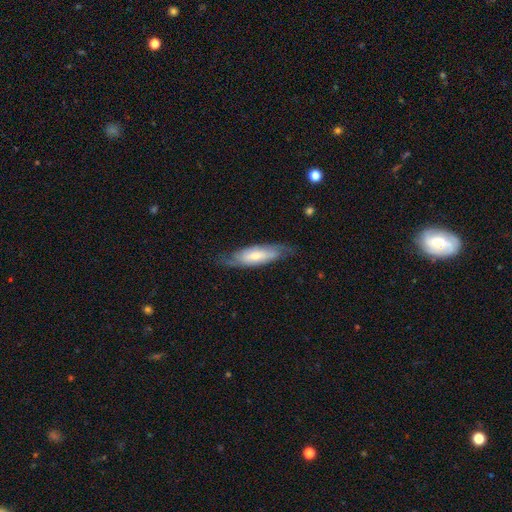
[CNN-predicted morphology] Smooth or featured? Predicted: featured or disk (p=0.51). Edge-on disk? Predicted: no (p=0.68). Merging? Predicted: none (p=0.70).